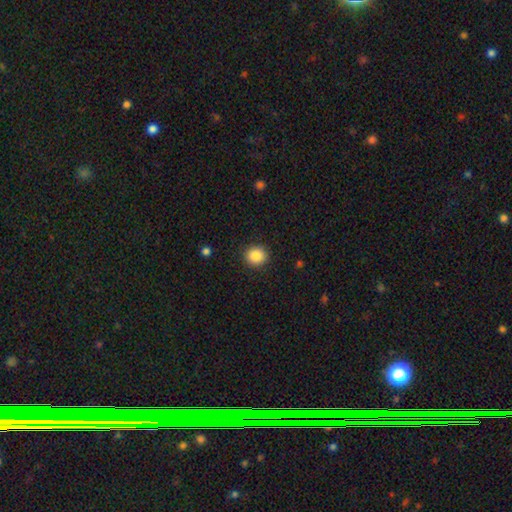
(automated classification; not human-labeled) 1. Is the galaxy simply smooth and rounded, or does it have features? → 87% smooth, 9% star or artifact, 4% featured or disk.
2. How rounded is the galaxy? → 84% round, 15% in between, 1% cigar-shaped.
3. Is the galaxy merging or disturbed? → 90% none, 7% minor disturbance, 2% major disturbance, 1% merger.